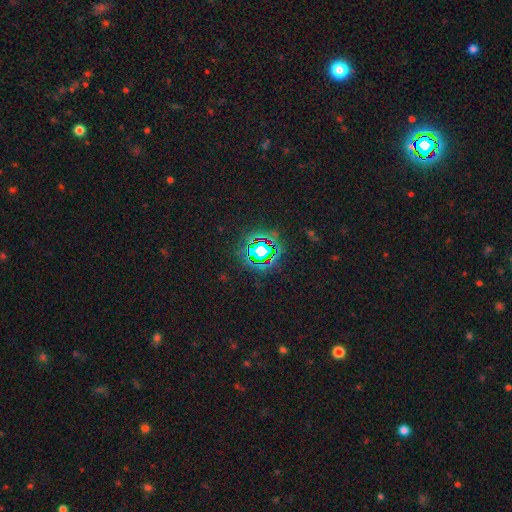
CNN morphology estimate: Smooth or featured?
  - star or artifact: 74% *
  - smooth: 15%
  - featured or disk: 11%